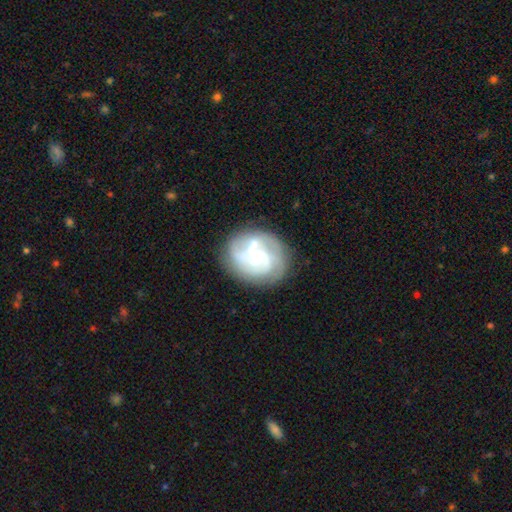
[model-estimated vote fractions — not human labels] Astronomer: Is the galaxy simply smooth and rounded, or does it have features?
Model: featured or disk — 75%.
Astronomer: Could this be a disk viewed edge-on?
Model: no — 98%.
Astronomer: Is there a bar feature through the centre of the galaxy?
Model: no — 69%.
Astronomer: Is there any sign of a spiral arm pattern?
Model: yes — 89%.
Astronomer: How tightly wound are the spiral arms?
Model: tight — 54% (runner-up: medium, 35%).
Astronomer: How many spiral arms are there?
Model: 3 — 33% (runner-up: can't tell, 27%).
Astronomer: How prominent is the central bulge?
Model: small — 65%.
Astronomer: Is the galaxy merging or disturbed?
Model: none — 69%.